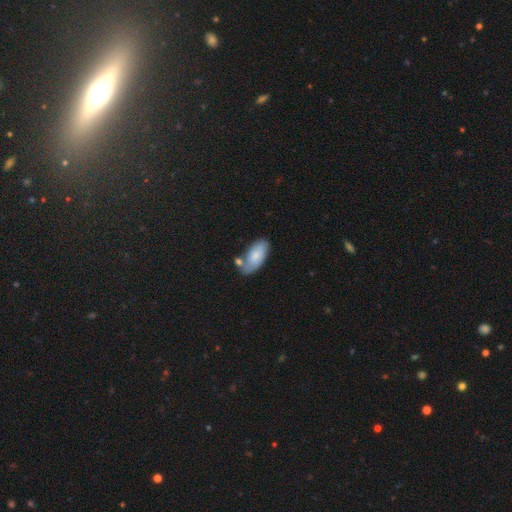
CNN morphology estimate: The model was most divided on "merging": none: 56%, minor disturbance: 22%, merger: 17%, major disturbance: 6%. More confident: how rounded — in between (91%); smooth or featured — smooth (76%).